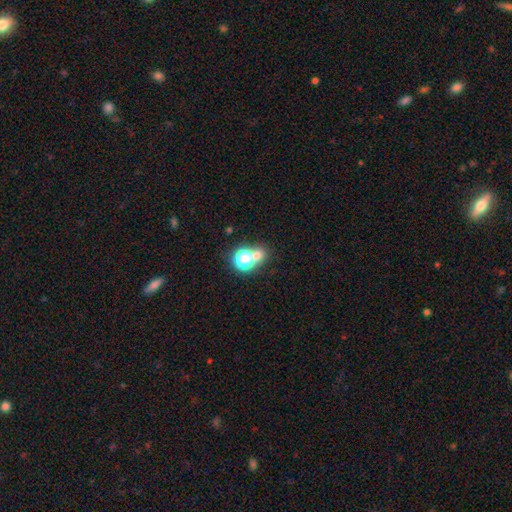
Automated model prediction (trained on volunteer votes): A smooth galaxy with no disk features (61%) that is round (79%). Merging: none (52%).